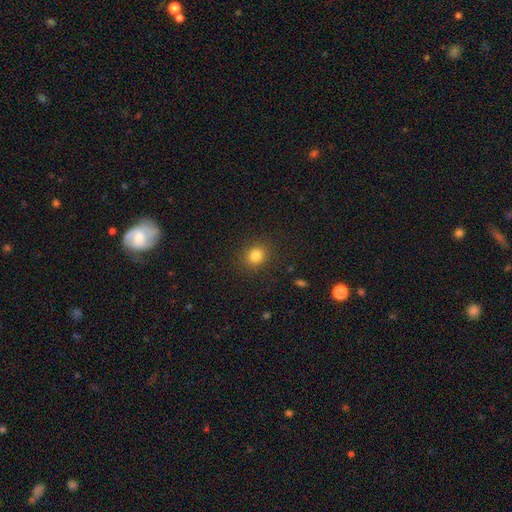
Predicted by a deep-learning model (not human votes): Smooth or featured?
  - smooth: 82% *
  - star or artifact: 12%
  - featured or disk: 6%
How rounded?
  - round: 76% *
  - in between: 23%
  - cigar-shaped: 1%
Merging?
  - none: 89% *
  - minor disturbance: 7%
  - major disturbance: 3%
  - merger: 1%